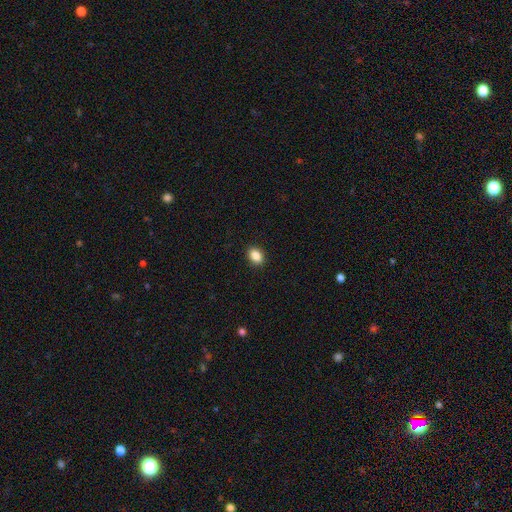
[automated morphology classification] A smooth galaxy with no disk features (87%) that is in between round and cigar-shaped (76%).

Vote fractions:
- Smooth or featured? smooth: 87% / star or artifact: 8% / featured or disk: 4%
- How rounded? in between: 76% / round: 22% / cigar-shaped: 1%
- Merging? none: 91% / minor disturbance: 6% / major disturbance: 2% / merger: 1%